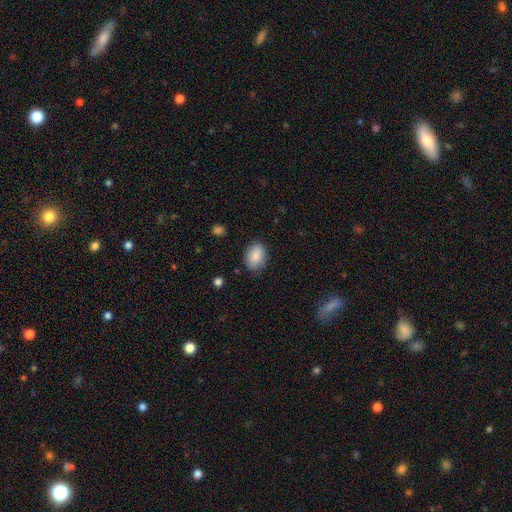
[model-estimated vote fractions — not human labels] Morphology: type=smooth (87%); roundness=in between (84%); merging=none (78%).